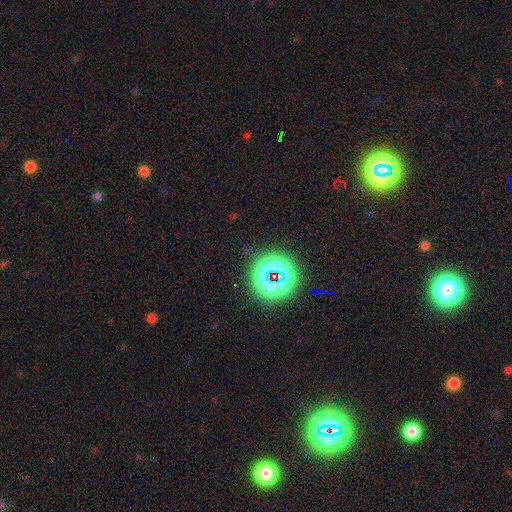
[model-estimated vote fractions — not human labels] star or artifact 75%, smooth 17%, featured or disk 9%.